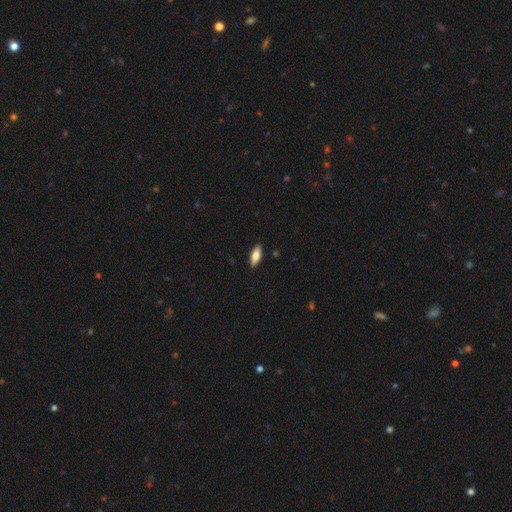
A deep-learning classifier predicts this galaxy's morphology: Overall: smooth (78%). How rounded: in between (77%). Merging: none (90%).